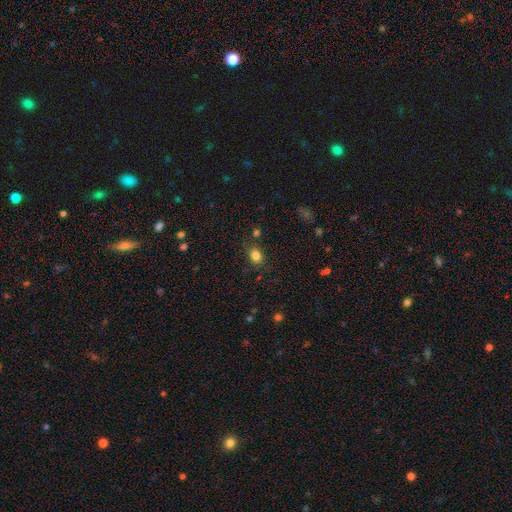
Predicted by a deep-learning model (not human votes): Overall: smooth (82%). How rounded: round (52%; in between 47%). Merging: none (81%).